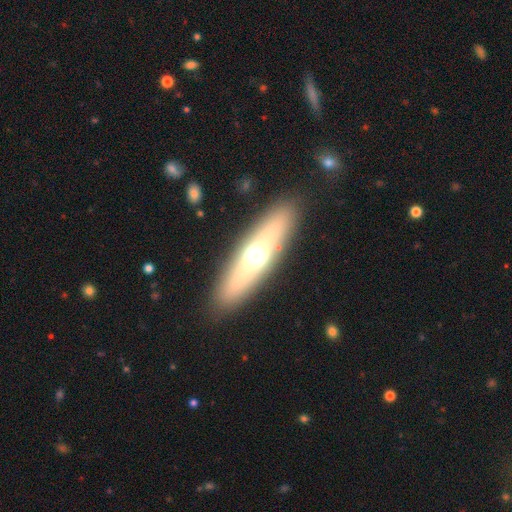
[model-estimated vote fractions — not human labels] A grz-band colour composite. It shows a smooth galaxy with no disk features (47%). Merging: none (88%).